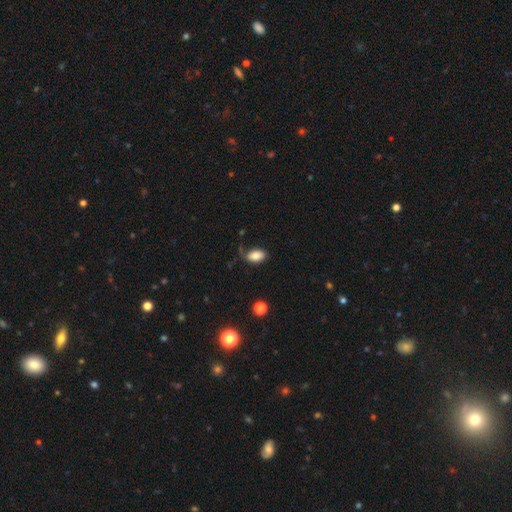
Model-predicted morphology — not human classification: Smooth or featured? Predicted: smooth (p=0.84). How rounded? Predicted: in between (p=0.91). Merging? Predicted: none (p=0.67).